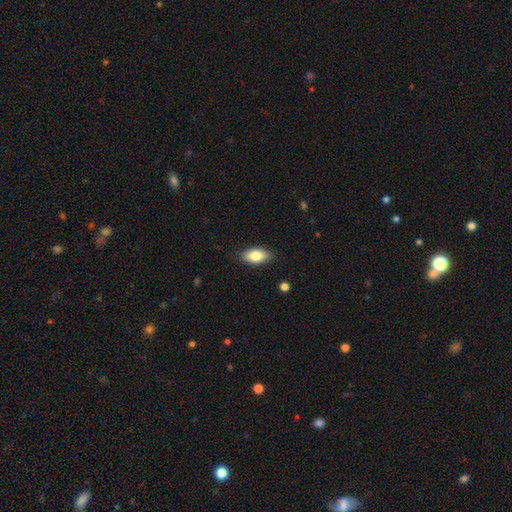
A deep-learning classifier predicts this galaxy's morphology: smooth-or-featured: smooth: 81% | featured or disk: 12% | star or artifact: 7%
  how-rounded: in between: 89% | cigar-shaped: 6% | round: 4%
  merging: none: 86% | minor disturbance: 11% | major disturbance: 2% | merger: 1%